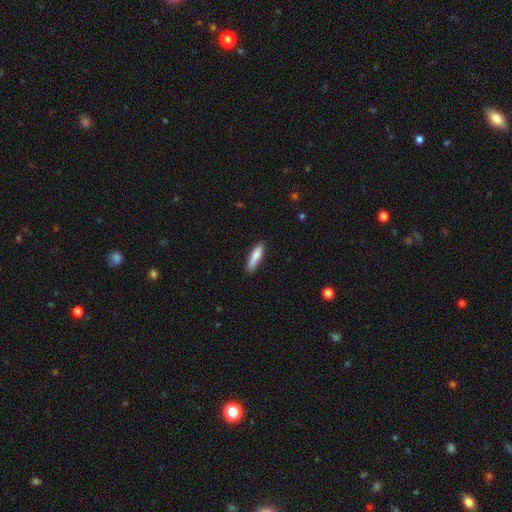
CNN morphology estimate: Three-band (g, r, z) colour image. It shows a smooth galaxy with no disk features (84%) that is cigar-shaped (64%). Merging: none (81%).